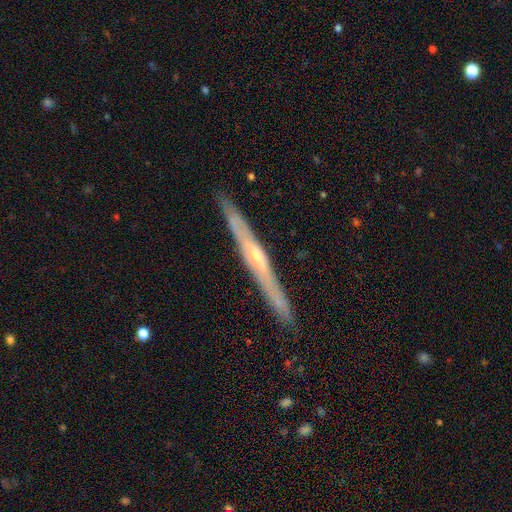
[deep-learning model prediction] Q: Smooth or featured?
A: featured or disk (75%); runner-up: smooth (18%)
Q: Edge-on disk?
A: yes (96%); runner-up: no (4%)
Q: Edge-on bulge?
A: rounded (64%); runner-up: none (32%)
Q: Merging?
A: none (91%); runner-up: minor disturbance (7%)